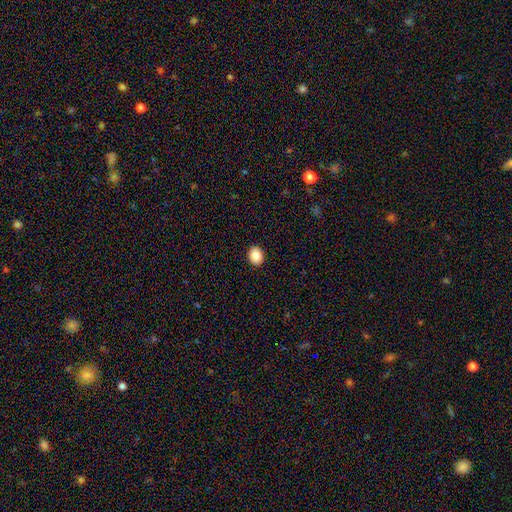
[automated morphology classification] This appears to be a smooth galaxy with no disk features (87%) that is round (56%). Merging: none (92%).